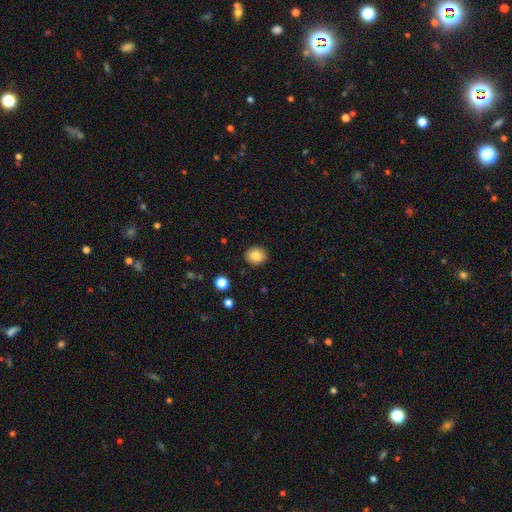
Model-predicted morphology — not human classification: Q: Smooth or featured?
A: smooth (86%); runner-up: star or artifact (9%)
Q: How rounded?
A: round (69%); runner-up: in between (30%)
Q: Merging?
A: none (90%); runner-up: minor disturbance (7%)